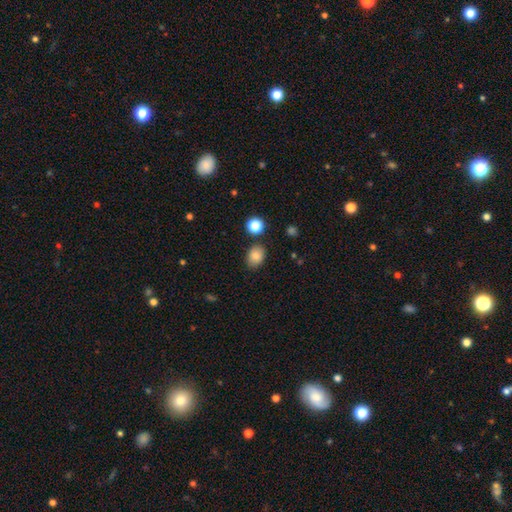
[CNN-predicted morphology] Smooth or featured: smooth — 84% (star or artifact — 10%)
How rounded: in between — 66% (round — 33%)
Merging: none — 82% (minor disturbance — 11%)